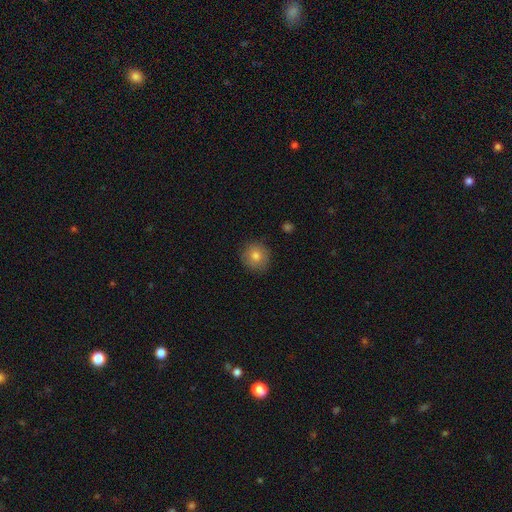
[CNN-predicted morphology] Smooth or featured: smooth — 79% (featured or disk — 11%)
How rounded: round — 92% (in between — 7%)
Merging: none — 88% (minor disturbance — 9%)